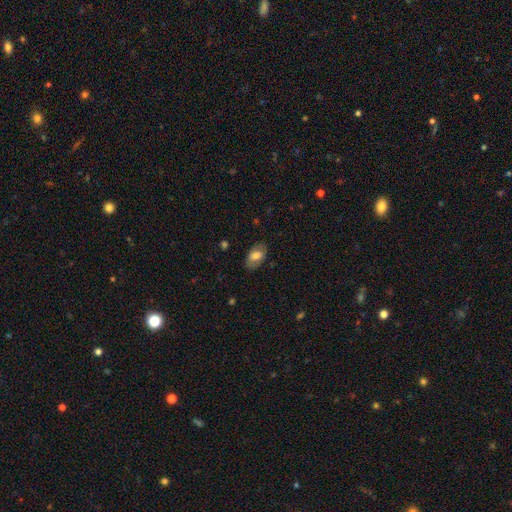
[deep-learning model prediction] smooth 68%, featured or disk 25%, star or artifact 7%. Down the decision tree: how rounded — in between (92%); merging — none (80%).